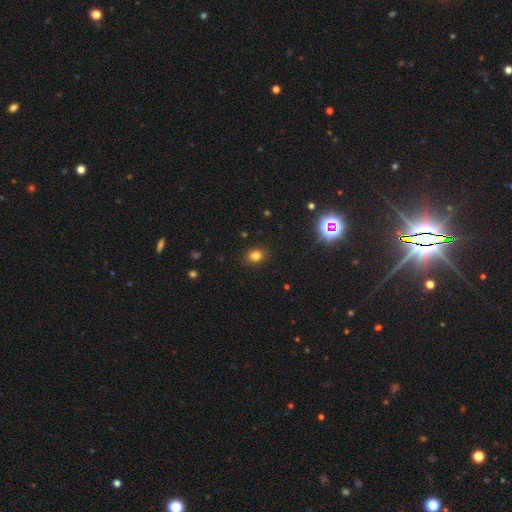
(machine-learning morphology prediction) Smooth or featured? smooth (79%)
How rounded? round (60%)
Merging? none (89%)